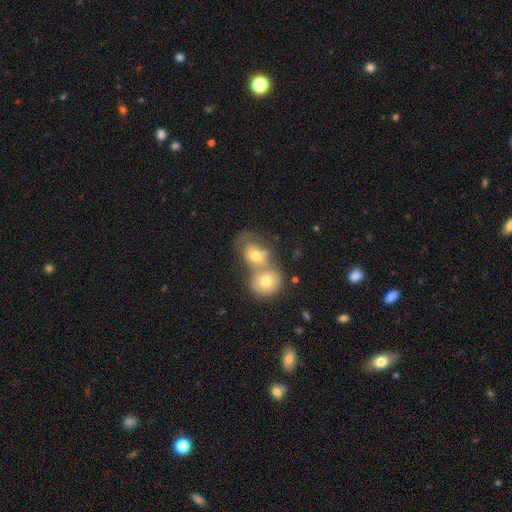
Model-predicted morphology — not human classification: Smooth or featured? smooth (63%)
How rounded? in between (51%)
Merging? merger (67%)